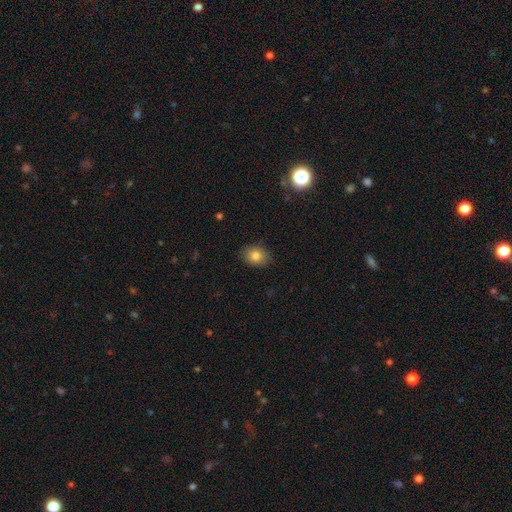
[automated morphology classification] The model was most divided on "how rounded": in between: 54%, round: 45%, cigar-shaped: 1%. More confident: merging — none (85%); smooth or featured — smooth (80%).